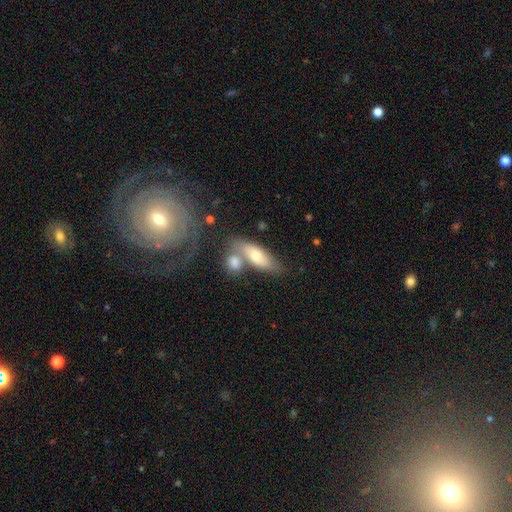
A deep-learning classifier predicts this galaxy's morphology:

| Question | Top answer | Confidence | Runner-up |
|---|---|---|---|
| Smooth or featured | smooth | 52% | featured or disk (40%) |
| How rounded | in between | 70% | cigar-shaped (25%) |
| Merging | none | 40% | merger (38%) |